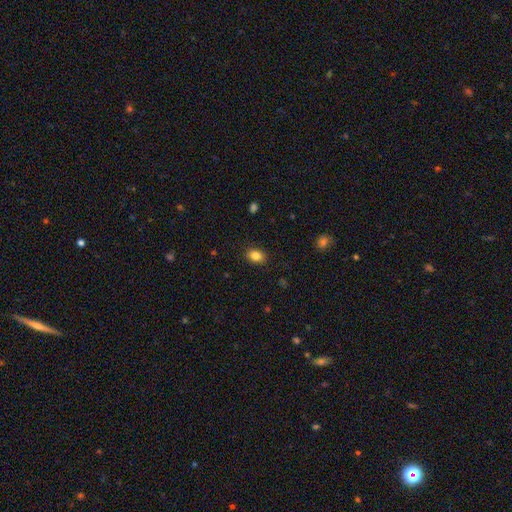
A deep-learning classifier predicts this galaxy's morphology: Smooth or featured? smooth (85%)
How rounded? in between (76%)
Merging? none (88%)